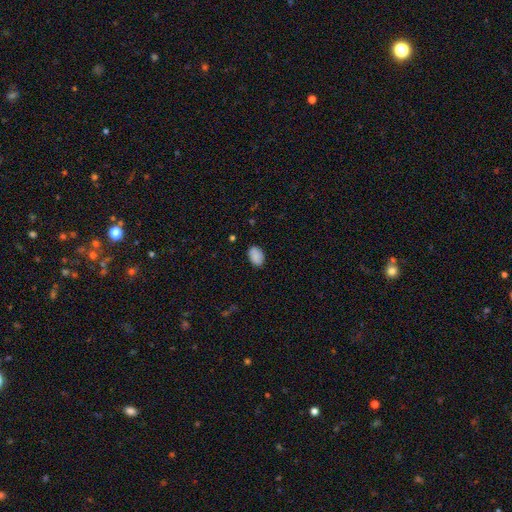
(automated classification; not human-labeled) Smooth or featured? smooth (87%)
How rounded? in between (88%)
Merging? none (84%)